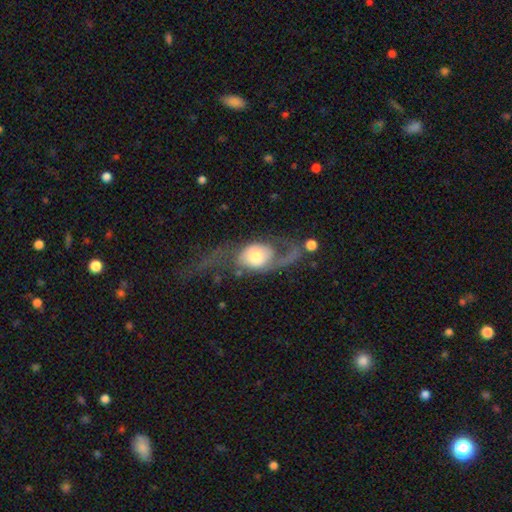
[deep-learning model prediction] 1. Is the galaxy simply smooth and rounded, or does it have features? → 57% featured or disk, 37% smooth, 6% star or artifact.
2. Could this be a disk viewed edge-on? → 90% no, 10% yes.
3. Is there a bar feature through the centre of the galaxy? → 75% no, 20% weak, 6% strong.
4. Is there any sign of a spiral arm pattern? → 66% yes, 34% no.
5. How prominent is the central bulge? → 55% moderate, 26% large, 11% small, 6% dominant, 2% none.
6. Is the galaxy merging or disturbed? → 54% major disturbance, 25% none, 15% minor disturbance, 7% merger.